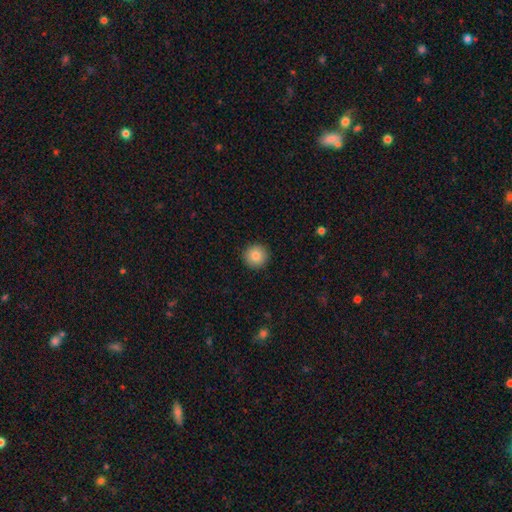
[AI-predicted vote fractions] smooth 85%, star or artifact 9%, featured or disk 6%. Down the decision tree: how rounded — round (95%); merging — none (93%).